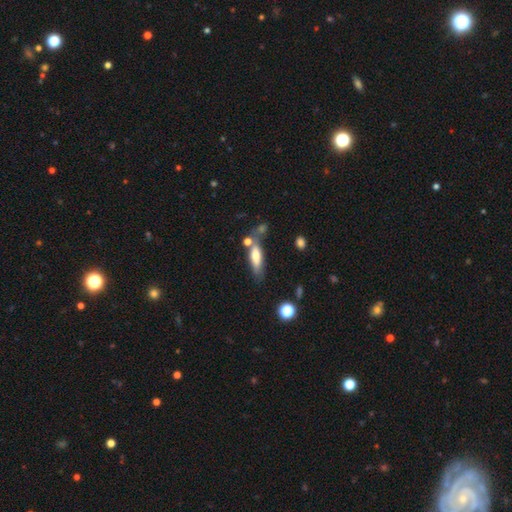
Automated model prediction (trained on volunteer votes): A smooth galaxy with no disk features (64%) that is cigar-shaped (55%). Merging: none (49%).